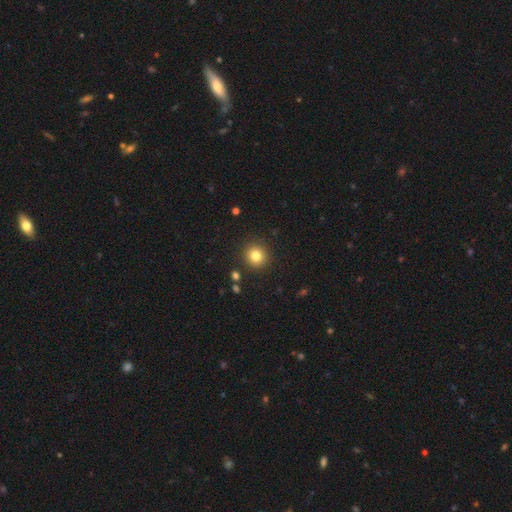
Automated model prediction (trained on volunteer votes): Smooth or featured? Predicted: smooth (p=0.81). How rounded? Predicted: round (p=0.93). Merging? Predicted: none (p=0.90).